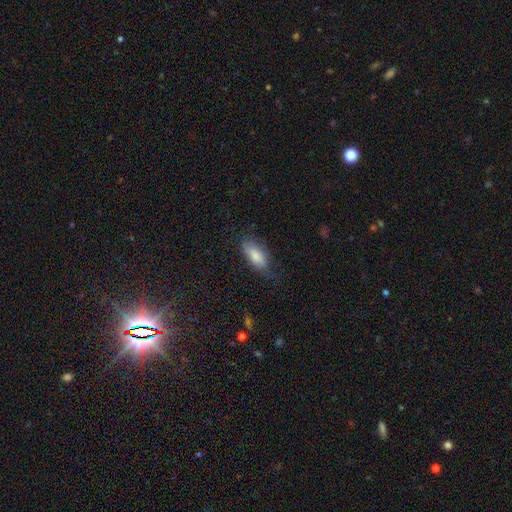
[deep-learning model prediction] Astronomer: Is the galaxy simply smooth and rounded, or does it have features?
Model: smooth — 81%.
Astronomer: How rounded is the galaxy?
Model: in between — 82%.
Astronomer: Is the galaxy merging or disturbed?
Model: none — 61%.